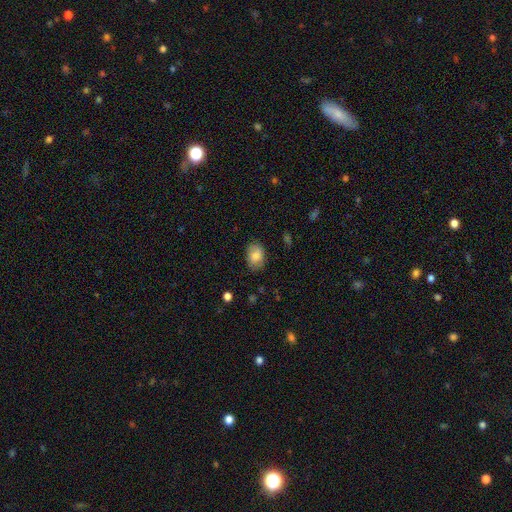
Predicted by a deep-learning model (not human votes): The model was most divided on "how rounded": in between: 77%, round: 22%, cigar-shaped: 1%. More confident: smooth or featured — smooth (80%); merging — none (76%).